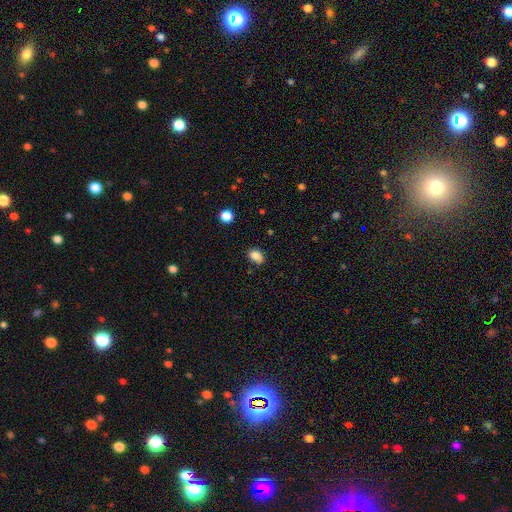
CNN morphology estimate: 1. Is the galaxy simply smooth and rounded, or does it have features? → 86% smooth, 10% star or artifact, 4% featured or disk.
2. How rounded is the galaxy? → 75% in between, 24% round, 1% cigar-shaped.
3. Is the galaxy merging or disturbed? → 75% none, 19% minor disturbance, 4% major disturbance, 2% merger.